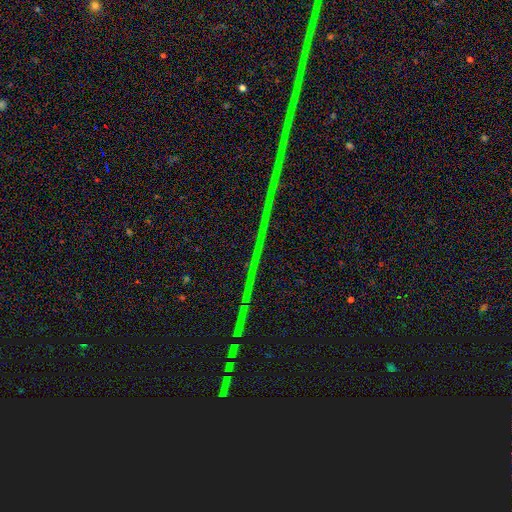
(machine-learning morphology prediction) star or artifact 77%, featured or disk 14%, smooth 8%.